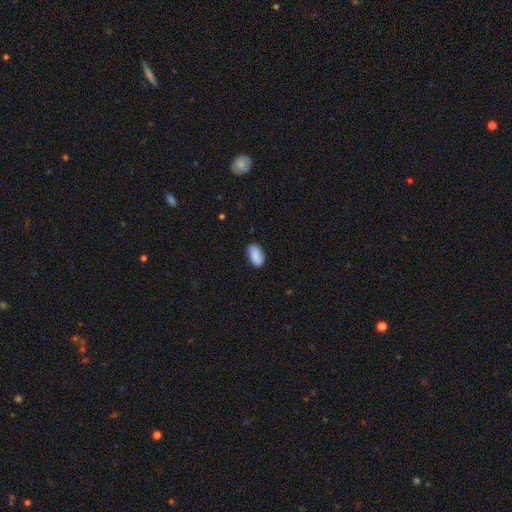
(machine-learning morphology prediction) A smooth galaxy with no disk features (89%) that is in between round and cigar-shaped (94%). Merging: none (84%).